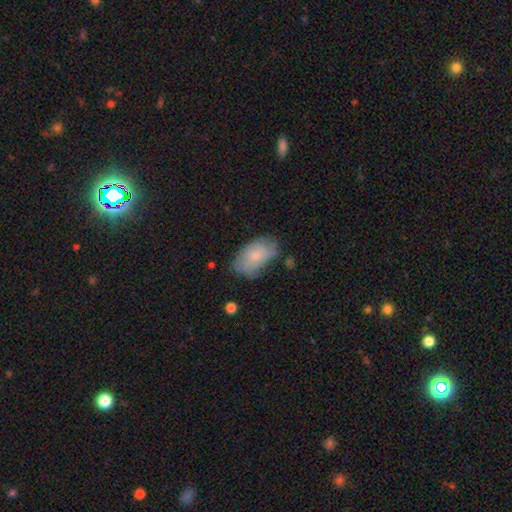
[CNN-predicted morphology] Smooth or featured: smooth — 68% (featured or disk — 25%)
How rounded: in between — 92% (round — 7%)
Merging: none — 55% (minor disturbance — 32%)